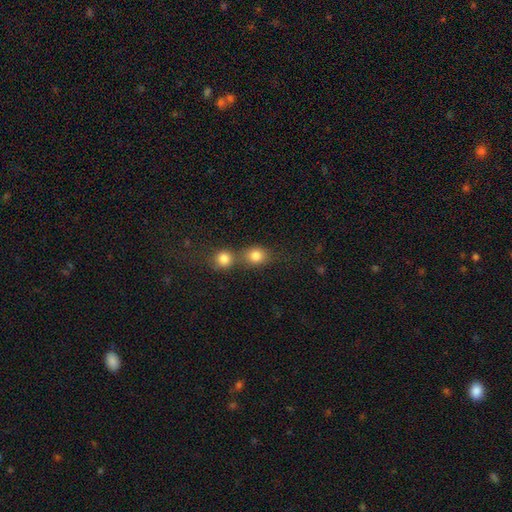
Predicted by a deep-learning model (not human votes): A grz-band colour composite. It shows a smooth galaxy with no disk features (81%) that is round (76%). Merging: merger (49%).